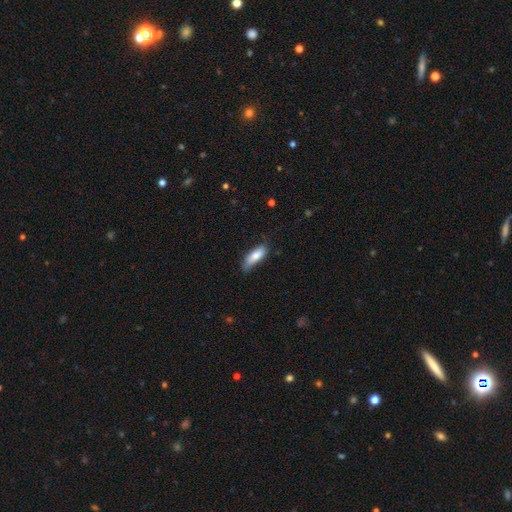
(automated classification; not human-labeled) The model was most divided on "how rounded": in between: 62%, cigar-shaped: 36%, round: 2%. More confident: smooth or featured — smooth (81%); merging — none (65%).